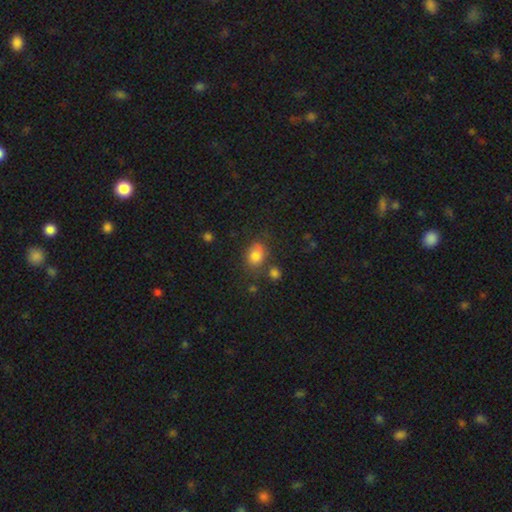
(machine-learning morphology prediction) type=smooth (79%); roundness=in between (65%); merging=none (64%).